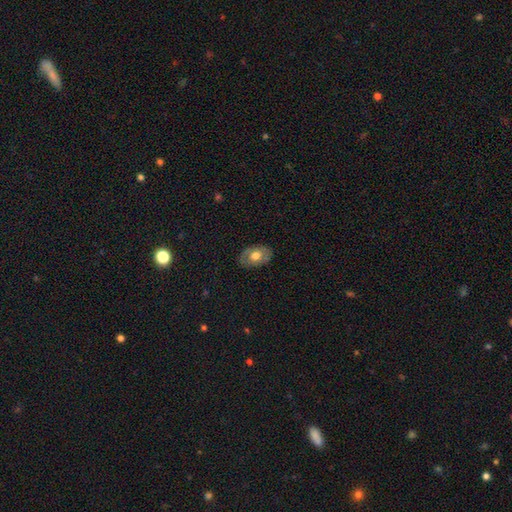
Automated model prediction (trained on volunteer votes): smooth-or-featured: smooth: 58% | featured or disk: 36% | star or artifact: 7%
  how-rounded: in between: 83% | round: 16% | cigar-shaped: 1%
  merging: none: 84% | minor disturbance: 13% | major disturbance: 3% | merger: 1%